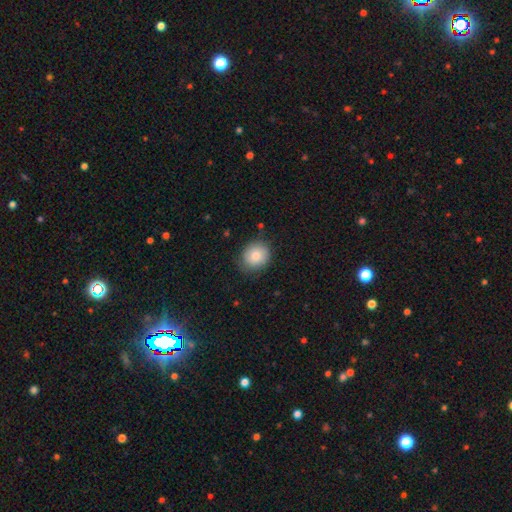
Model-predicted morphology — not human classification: A smooth galaxy with no disk features (80%) that is round (78%). Merging: none (79%).